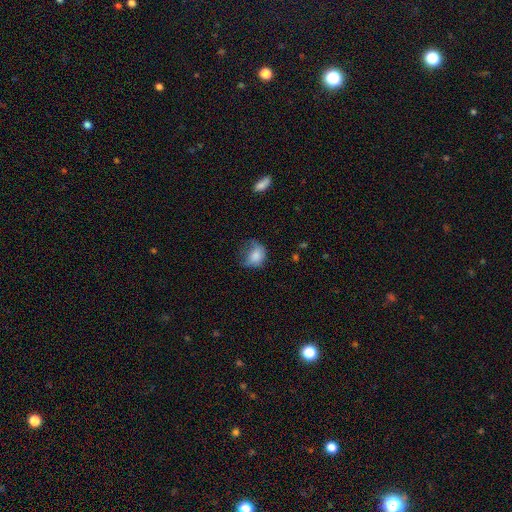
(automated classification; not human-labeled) smooth-or-featured: smooth: 78% | featured or disk: 13% | star or artifact: 9%
  how-rounded: in between: 55% | round: 44% | cigar-shaped: 1%
  merging: minor disturbance: 35% (tied) | none: 35% (tied) | major disturbance: 28% | merger: 2%